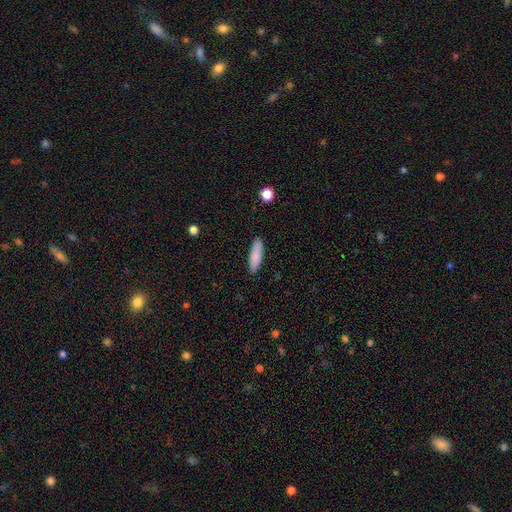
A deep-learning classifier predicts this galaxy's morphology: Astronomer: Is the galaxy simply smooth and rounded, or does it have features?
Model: smooth — 85%.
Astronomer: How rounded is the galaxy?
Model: cigar-shaped — 67%.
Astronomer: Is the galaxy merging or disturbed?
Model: none — 89%.